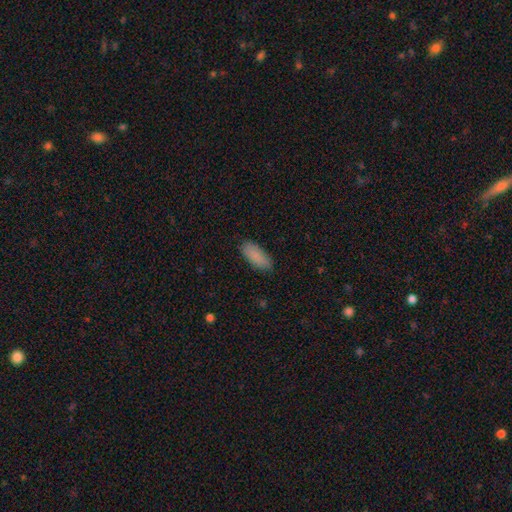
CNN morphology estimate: A smooth galaxy with no disk features (88%) that is in between round and cigar-shaped (80%).

Vote fractions:
- Smooth or featured? smooth: 88% / star or artifact: 7% / featured or disk: 5%
- How rounded? in between: 80% / cigar-shaped: 18% / round: 2%
- Merging? none: 86% / minor disturbance: 11% / major disturbance: 2% / merger: 1%